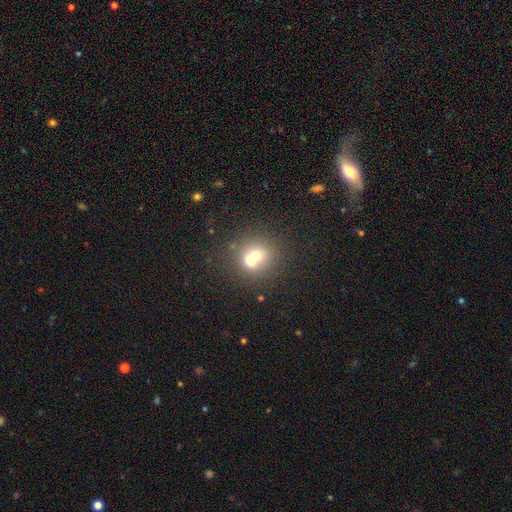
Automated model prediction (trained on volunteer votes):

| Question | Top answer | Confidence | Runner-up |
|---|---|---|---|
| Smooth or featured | smooth | 63% | featured or disk (24%) |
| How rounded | round | 82% | in between (17%) |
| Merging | merger | 59% | none (33%) |